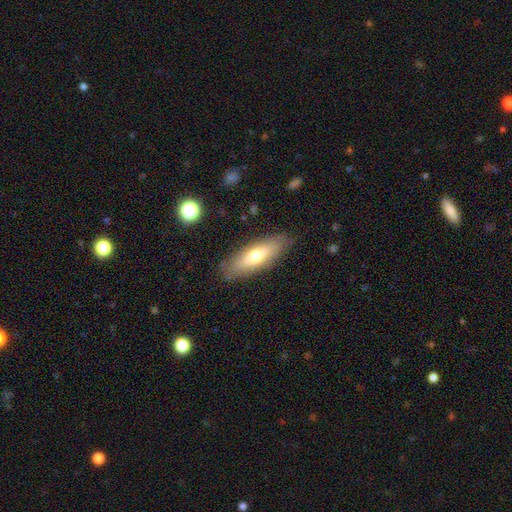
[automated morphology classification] This appears to be a smooth galaxy with no disk features (62%) that is in between round and cigar-shaped (55%). Merging: none (84%).